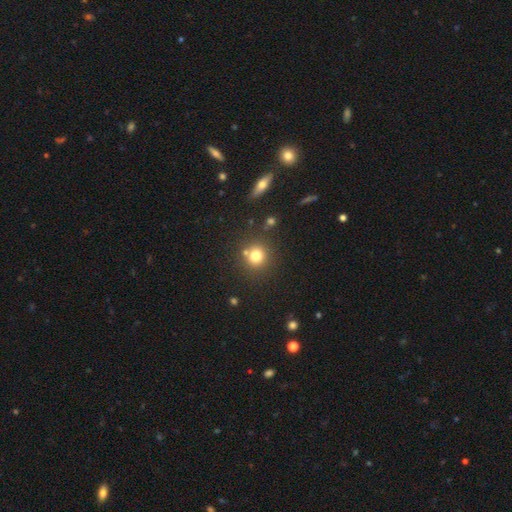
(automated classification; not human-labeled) smooth-or-featured: smooth: 77% | star or artifact: 14% | featured or disk: 9%
  how-rounded: round: 90% | in between: 9% | cigar-shaped: 1%
  merging: none: 76% | merger: 12% | minor disturbance: 9% | major disturbance: 3%